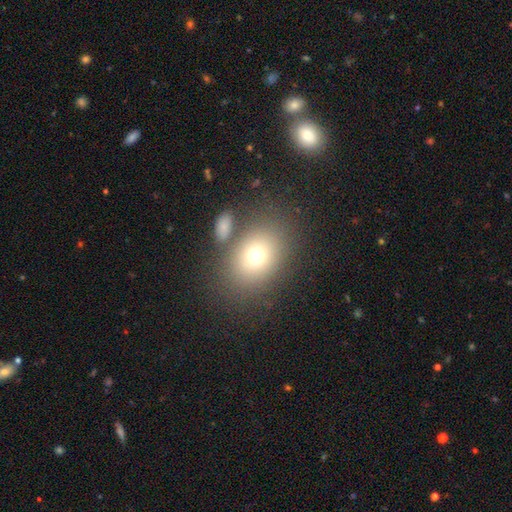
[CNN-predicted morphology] Smooth or featured? smooth (72%)
How rounded? in between (64%)
Merging? none (71%)